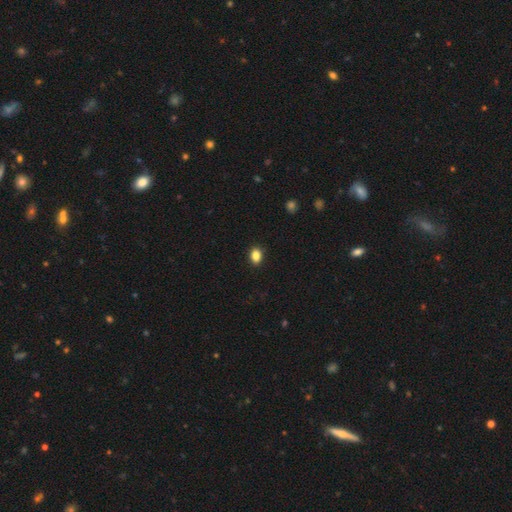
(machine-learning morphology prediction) Smooth or featured? Predicted: smooth (p=0.86). How rounded? Predicted: in between (p=0.71). Merging? Predicted: none (p=0.89).